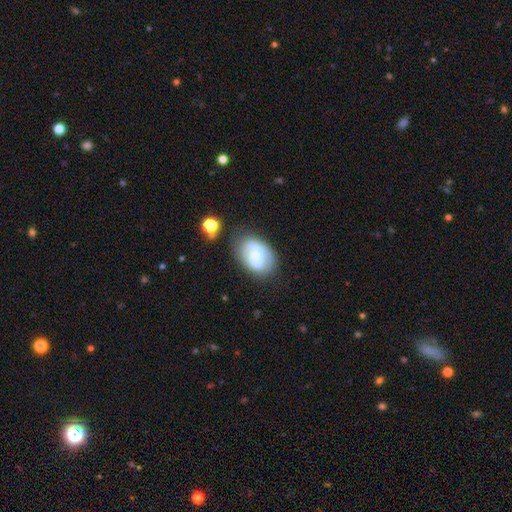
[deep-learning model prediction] smooth-or-featured: smooth: 47% | featured or disk: 44% | star or artifact: 8%
  merging: none: 60% | minor disturbance: 24% | major disturbance: 10% | merger: 6%